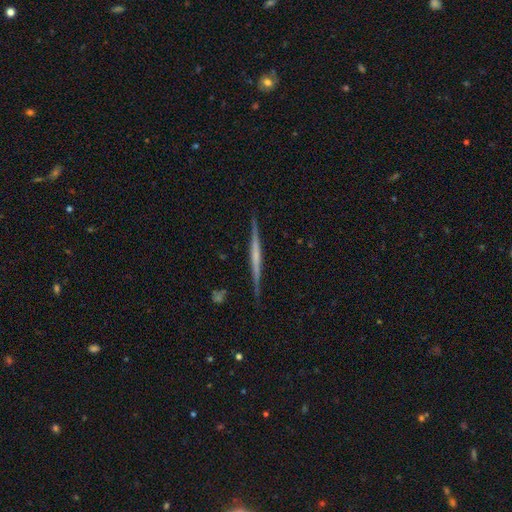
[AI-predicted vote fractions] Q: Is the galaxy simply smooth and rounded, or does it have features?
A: featured or disk — 71%.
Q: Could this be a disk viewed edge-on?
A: yes — 98%.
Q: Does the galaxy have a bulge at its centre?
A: none — 64%.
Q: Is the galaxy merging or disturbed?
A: none — 90%.